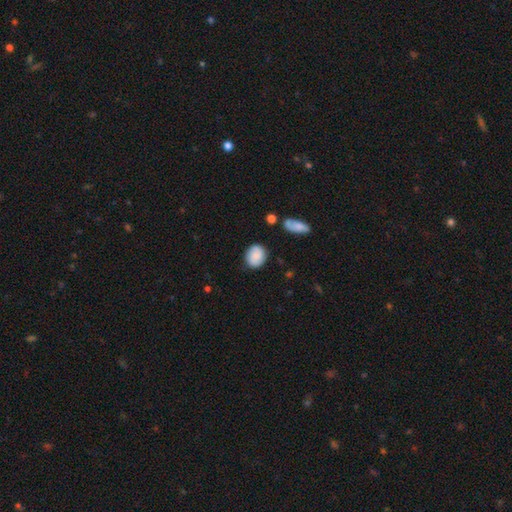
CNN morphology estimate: A smooth galaxy with no disk features (79%) that is round (56%). Merging: none (81%).